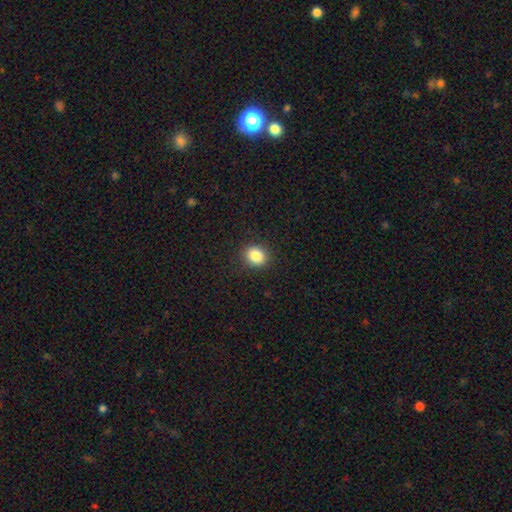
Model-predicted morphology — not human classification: A smooth galaxy with no disk features (86%) that is round (62%). Merging: none (90%).